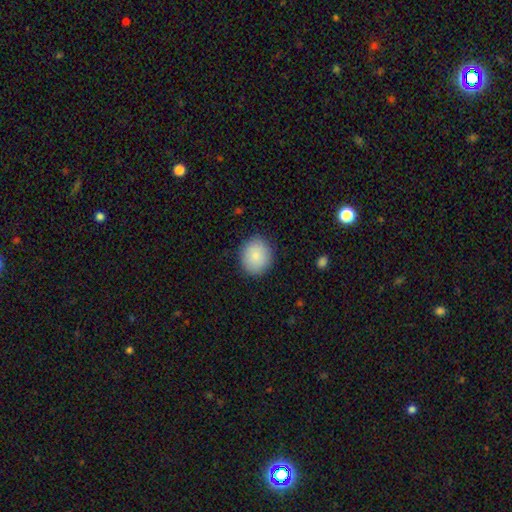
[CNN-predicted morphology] The model was most divided on "how rounded": round: 76%, in between: 23%, cigar-shaped: 1%. More confident: merging — none (88%); smooth or featured — smooth (88%).